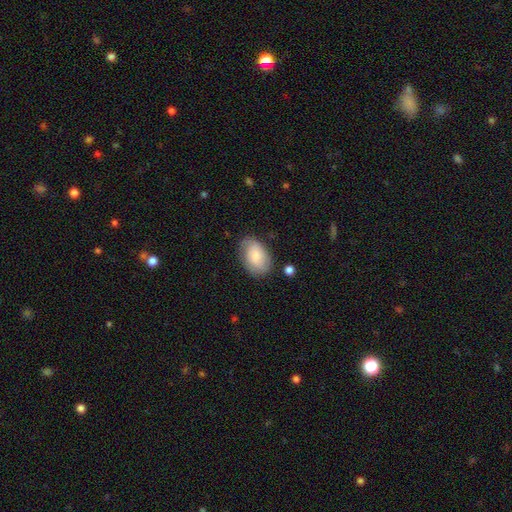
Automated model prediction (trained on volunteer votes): Overall: smooth (73%). How rounded: in between (89%). Merging: none (73%).